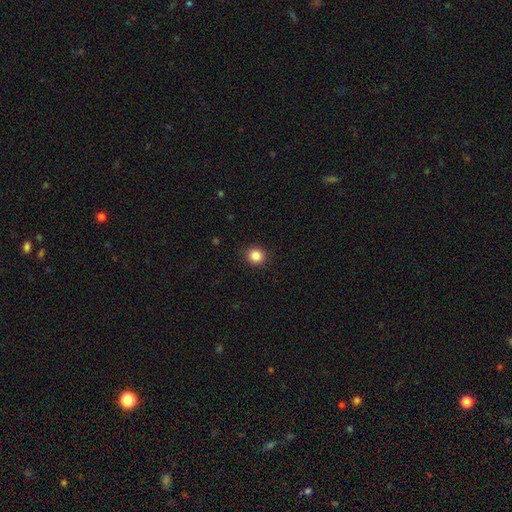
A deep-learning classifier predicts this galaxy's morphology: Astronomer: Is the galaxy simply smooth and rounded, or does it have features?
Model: smooth — 86%.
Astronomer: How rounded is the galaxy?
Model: round — 89%.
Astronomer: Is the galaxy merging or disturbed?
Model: none — 91%.